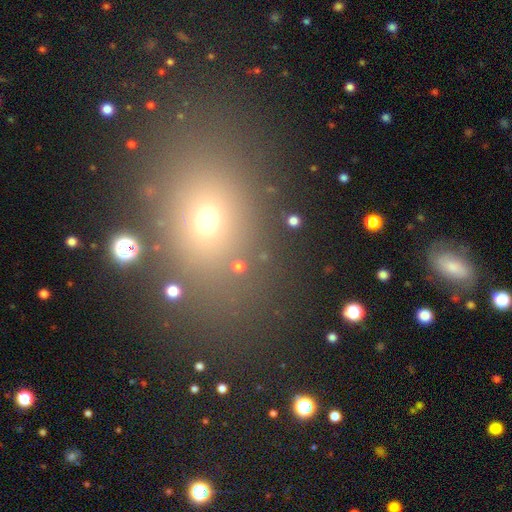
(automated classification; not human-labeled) Smooth or featured? Predicted: smooth (p=0.60). How rounded? Predicted: in between (p=0.61). Merging? Predicted: none (p=0.82).